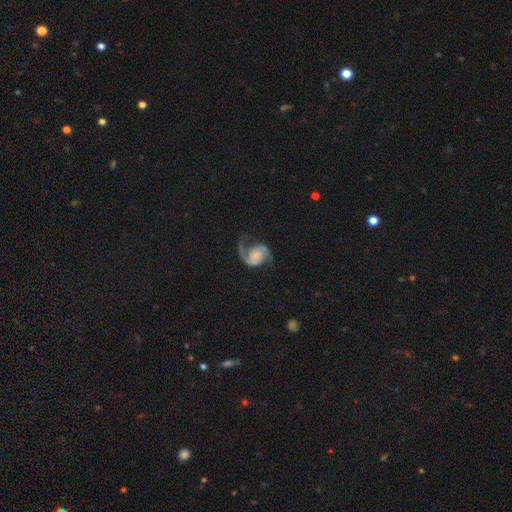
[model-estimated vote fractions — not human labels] Smooth or featured? featured or disk (89%)
Edge-on disk? no (98%)
Bar? no (67%)
Spiral arms? yes (97%)
Spiral winding? medium (45%)
Spiral arm count? 2 (91%)
Bulge size? none (47%)
Merging? none (68%)